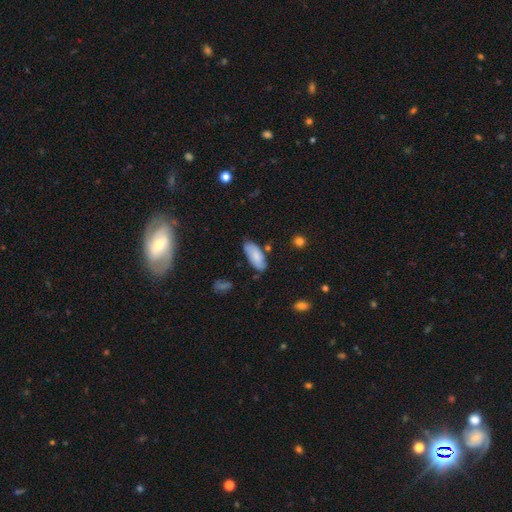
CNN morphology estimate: type=smooth (74%); roundness=in between (85%); merging=none (73%).